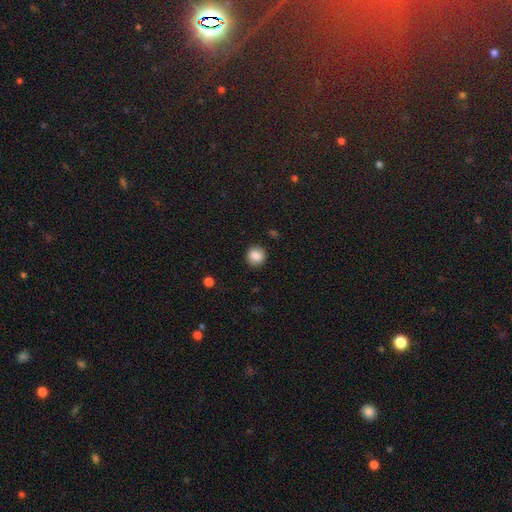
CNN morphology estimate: This is clearly a smooth galaxy (86%). How rounded: clearly round (89%). Merging: clearly none (90%).